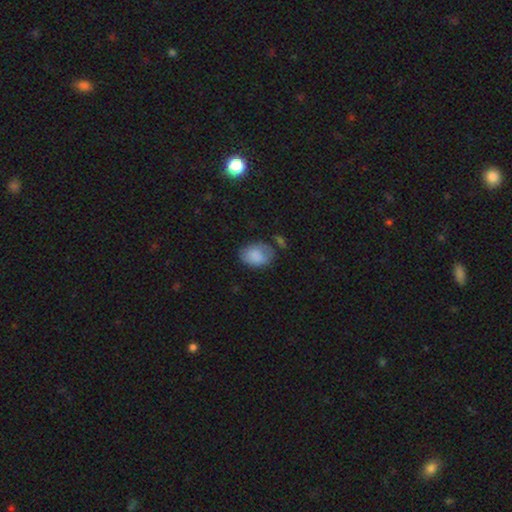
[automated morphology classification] Overall: smooth (82%). How rounded: in between (78%). Merging: none (58%; minor disturbance 27%).